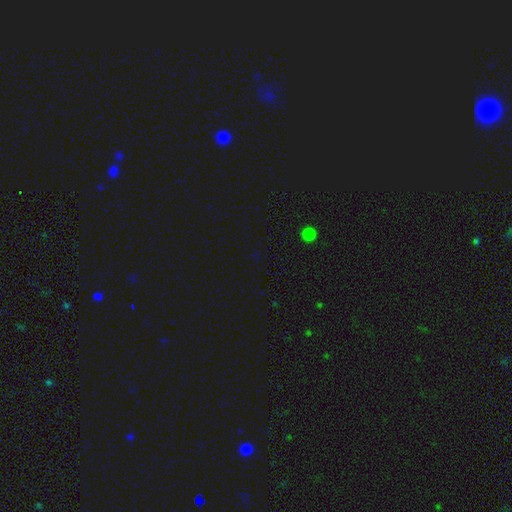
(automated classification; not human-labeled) star or artifact 69%, smooth 25%, featured or disk 7%.